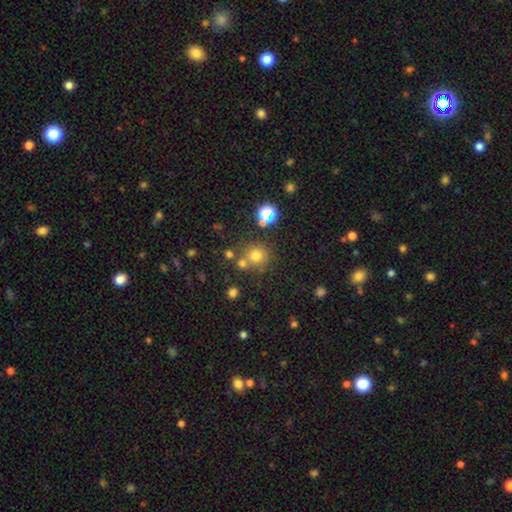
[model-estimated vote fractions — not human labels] The model was most divided on "smooth or featured": smooth: 71%, star or artifact: 20%, featured or disk: 8%. More confident: how rounded — round (91%); merging — none (68%).